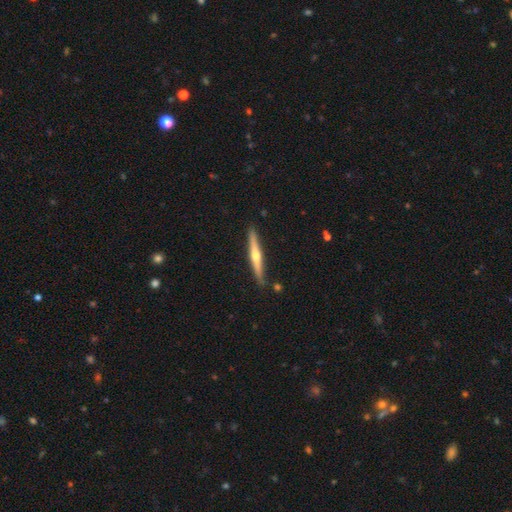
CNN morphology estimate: smooth_or_featured: featured or disk (p=0.67) [alt: smooth p=0.28]
disk_edge_on: yes (p=0.97) [alt: no p=0.03]
edge_on_bulge: rounded (p=0.89) [alt: none p=0.08]
merging: none (p=0.87) [alt: minor disturbance p=0.09]